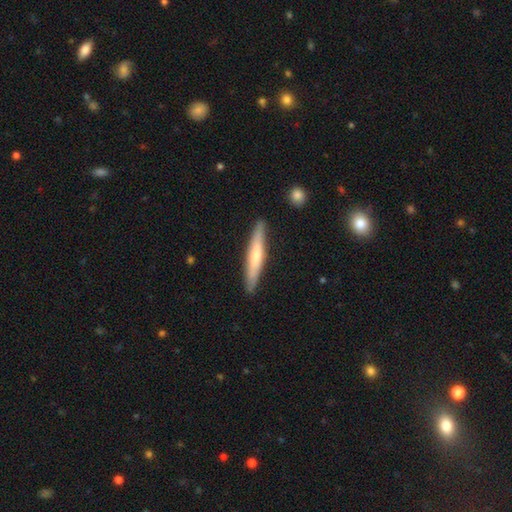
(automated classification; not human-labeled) The model was most divided on "smooth or featured": smooth: 55%, featured or disk: 40%, star or artifact: 5%. More confident: how rounded — cigar-shaped (93%); merging — none (88%).